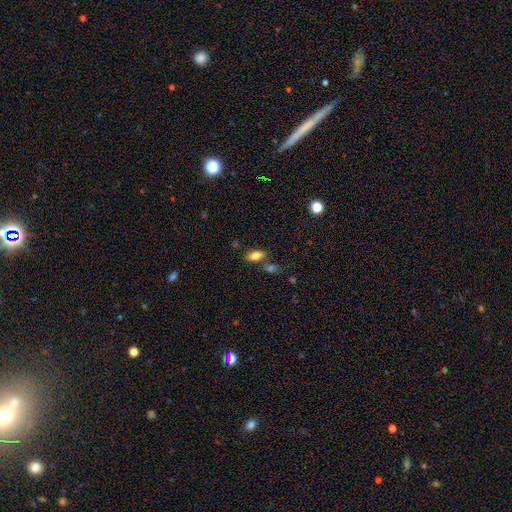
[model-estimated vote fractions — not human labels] Smooth or featured?
  - smooth: 79% *
  - featured or disk: 12%
  - star or artifact: 9%
How rounded?
  - in between: 89% *
  - cigar-shaped: 7%
  - round: 4%
Merging?
  - none: 71% *
  - merger: 13%
  - minor disturbance: 12%
  - major disturbance: 3%